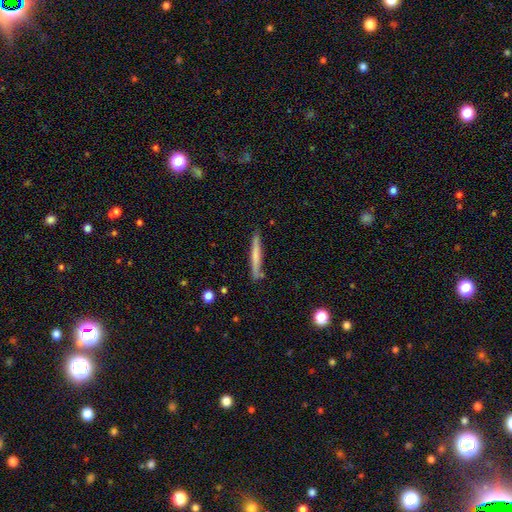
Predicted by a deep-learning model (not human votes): Q: Smooth or featured?
A: smooth (60%); runner-up: featured or disk (34%)
Q: How rounded?
A: cigar-shaped (96%); runner-up: in between (3%)
Q: Merging?
A: none (85%); runner-up: minor disturbance (10%)